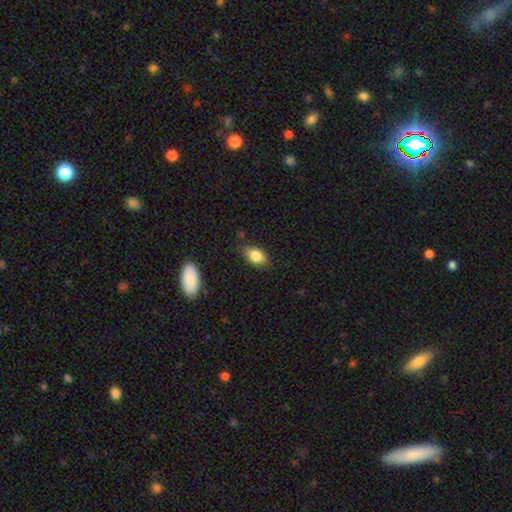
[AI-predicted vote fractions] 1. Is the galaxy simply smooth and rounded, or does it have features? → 84% smooth, 8% star or artifact, 8% featured or disk.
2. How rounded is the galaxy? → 88% in between, 9% round, 2% cigar-shaped.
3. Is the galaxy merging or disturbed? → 79% none, 16% minor disturbance, 3% major disturbance, 2% merger.